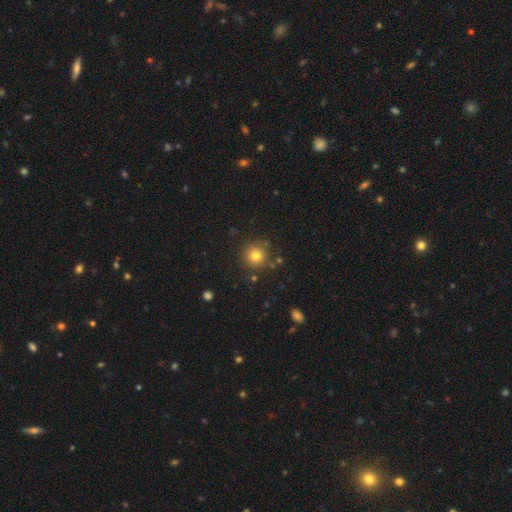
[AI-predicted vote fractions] A smooth galaxy with no disk features (79%) that is round (94%).

Vote fractions:
- Smooth or featured? smooth: 79% / star or artifact: 13% / featured or disk: 8%
- How rounded? round: 94% / in between: 5% / cigar-shaped: 1%
- Merging? none: 85% / minor disturbance: 8% / merger: 4% / major disturbance: 3%